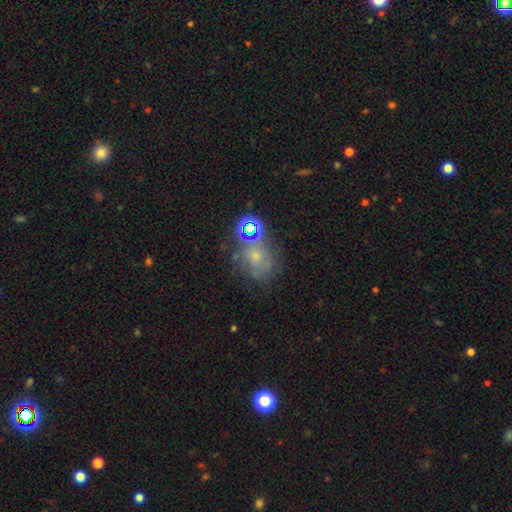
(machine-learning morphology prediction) This appears to be a featured or disk galaxy (38%). Merging: none (51%).